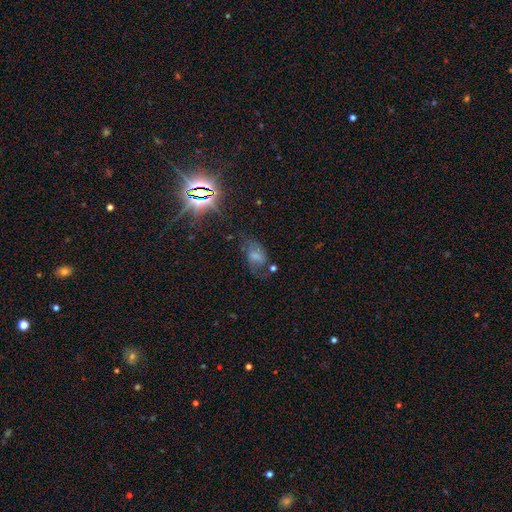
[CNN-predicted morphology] Smooth or featured?
  - smooth: 53% *
  - featured or disk: 29%
  - star or artifact: 18%
How rounded?
  - in between: 86% *
  - round: 12%
  - cigar-shaped: 2%
Merging?
  - none: 49% *
  - minor disturbance: 26%
  - major disturbance: 20%
  - merger: 5%